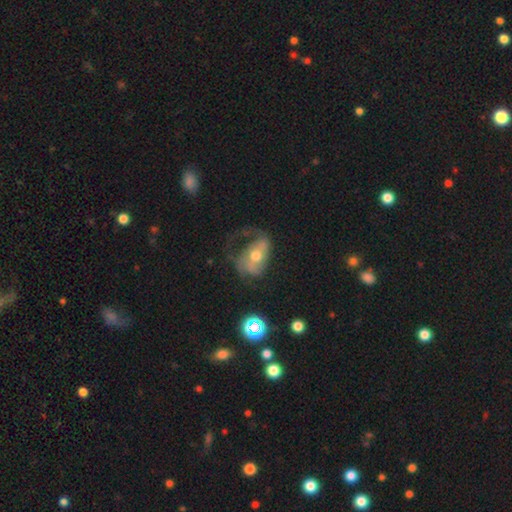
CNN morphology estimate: A featured or disk galaxy (63%) with no bar (54%), spiral arms (73%) and a moderate central bulge (70%). Merging: major disturbance (42%).